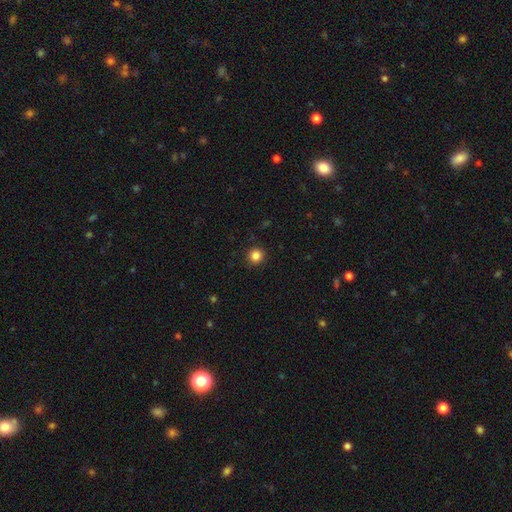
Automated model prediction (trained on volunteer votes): Smooth or featured? smooth (85%)
How rounded? round (95%)
Merging? none (92%)